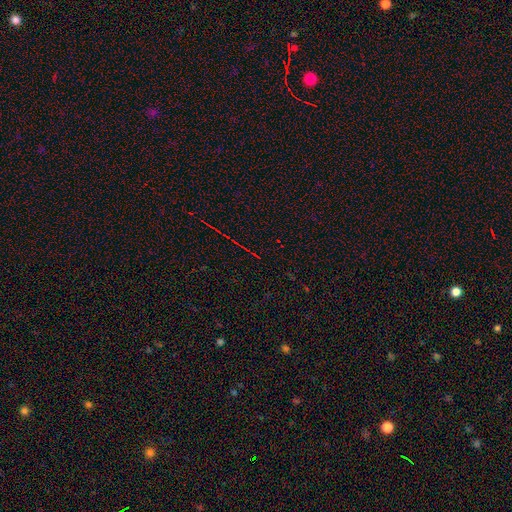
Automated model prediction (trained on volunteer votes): Smooth or featured? Predicted: star or artifact (p=0.78).